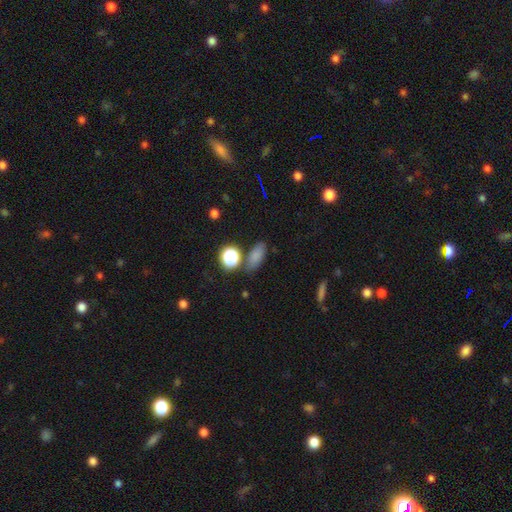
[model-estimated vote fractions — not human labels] Smooth or featured? Predicted: smooth (p=0.75). How rounded? Predicted: in between (p=0.74). Merging? Predicted: none (p=0.76).